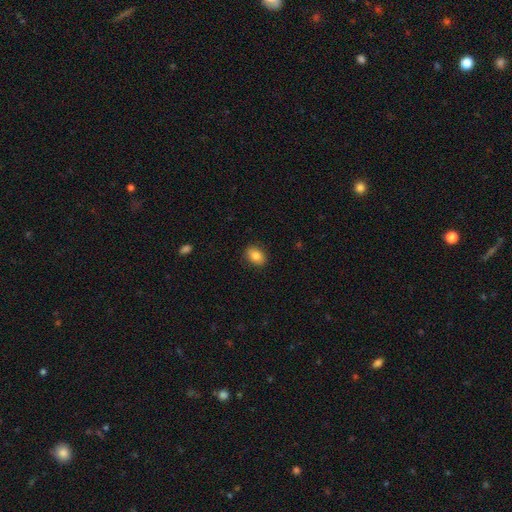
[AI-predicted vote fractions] Morphology: type=smooth (85%); roundness=in between (80%); merging=none (88%).